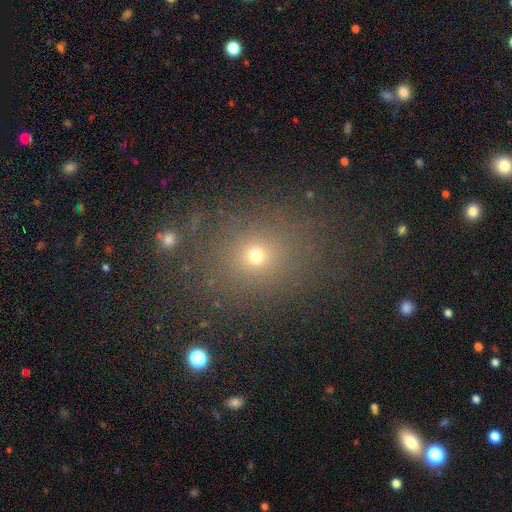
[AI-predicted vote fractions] smooth_or_featured: smooth (p=0.65) [alt: star or artifact p=0.25]
how_rounded: round (p=0.71) [alt: in between p=0.28]
merging: none (p=0.82) [alt: minor disturbance p=0.10]